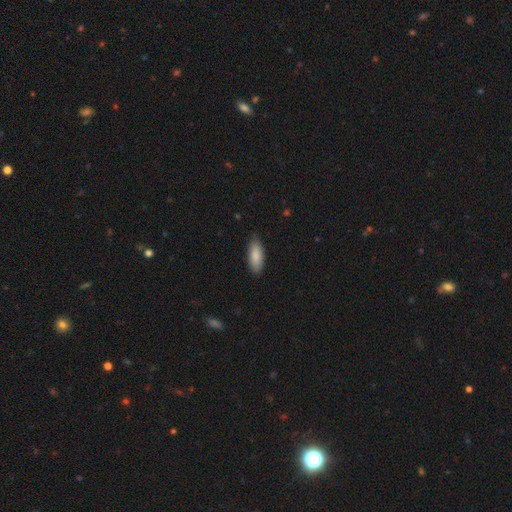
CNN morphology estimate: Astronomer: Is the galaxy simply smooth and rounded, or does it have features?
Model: smooth — 88%.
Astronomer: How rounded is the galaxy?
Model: in between — 77%.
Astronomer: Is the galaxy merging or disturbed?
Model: none — 82%.